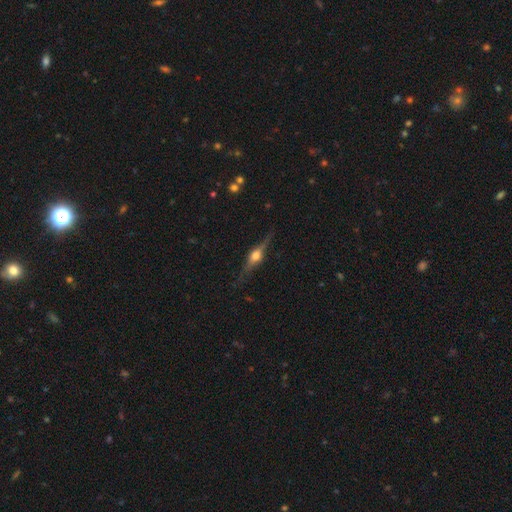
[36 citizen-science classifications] This is likely a featured or disk galaxy (78%). It is clearly viewed edge-on (96%). Edge-on bulge: clearly rounded (96%). Merging: clearly none (89%).